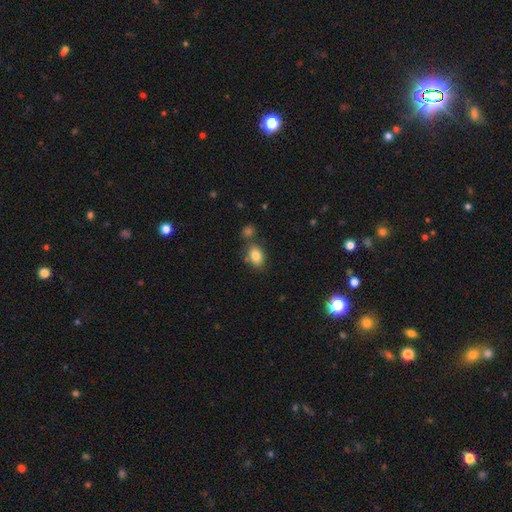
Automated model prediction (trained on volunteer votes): Smooth or featured?
  - smooth: 82% *
  - featured or disk: 9%
  - star or artifact: 9%
How rounded?
  - in between: 84% *
  - round: 14%
  - cigar-shaped: 2%
Merging?
  - none: 68% *
  - merger: 14%
  - minor disturbance: 14%
  - major disturbance: 4%